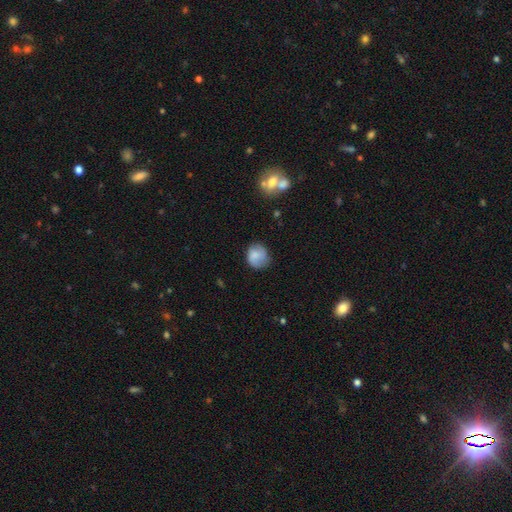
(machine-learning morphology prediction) A smooth galaxy with no disk features (71%) that is round (78%).

Vote fractions:
- Smooth or featured? smooth: 71% / featured or disk: 20% / star or artifact: 8%
- How rounded? round: 78% / in between: 21% / cigar-shaped: 1%
- Merging? none: 67% / minor disturbance: 23% / major disturbance: 7% / merger: 2%